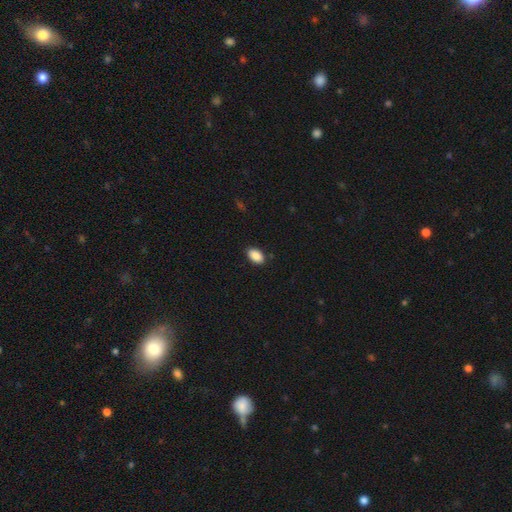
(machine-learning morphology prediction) Q: Smooth or featured?
A: smooth (90%); runner-up: star or artifact (7%)
Q: How rounded?
A: in between (93%); runner-up: round (5%)
Q: Merging?
A: none (88%); runner-up: minor disturbance (9%)